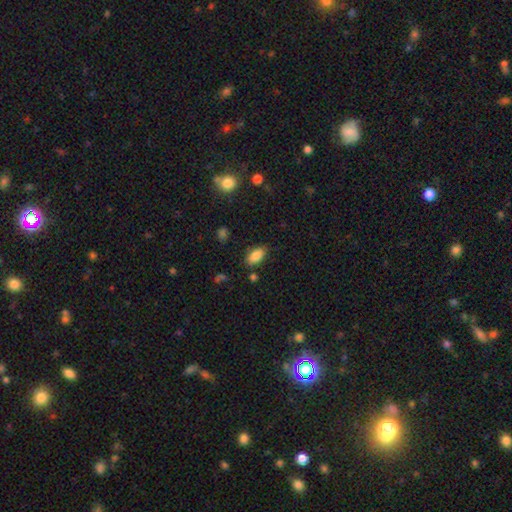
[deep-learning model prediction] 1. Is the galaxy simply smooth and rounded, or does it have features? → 86% smooth, 9% star or artifact, 6% featured or disk.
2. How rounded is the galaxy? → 92% in between, 5% round, 4% cigar-shaped.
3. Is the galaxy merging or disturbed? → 80% none, 14% minor disturbance, 3% major disturbance, 3% merger.